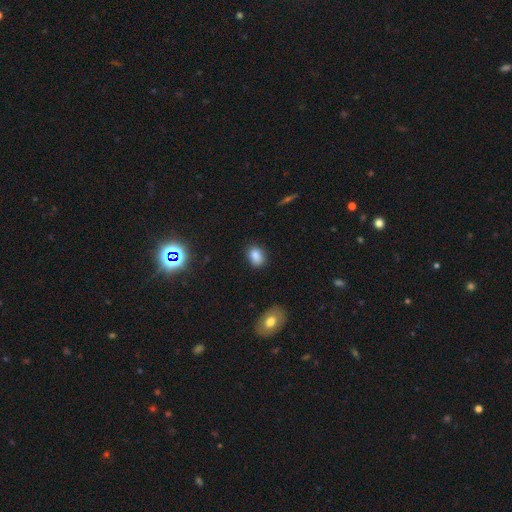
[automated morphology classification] Overall: smooth (84%). How rounded: in between (69%; round 30%). Merging: none (82%).